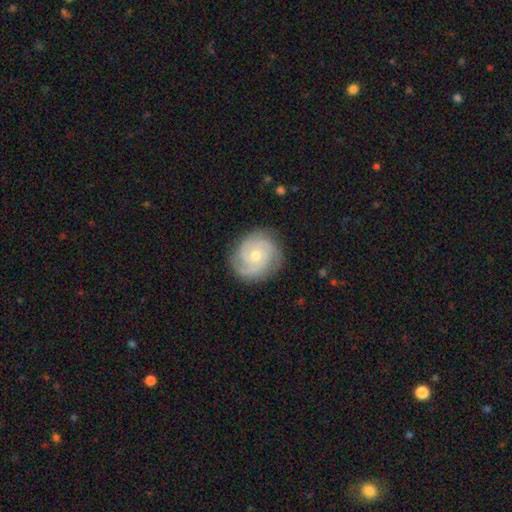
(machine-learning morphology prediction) Smooth or featured?
  - featured or disk: 84% *
  - smooth: 11%
  - star or artifact: 5%
Edge-on disk?
  - no: 98% *
  - yes: 2%
Bar?
  - no: 71% *
  - weak: 25%
  - strong: 4%
Spiral arms?
  - yes: 97% *
  - no: 3%
Spiral winding?
  - tight: 65% *
  - medium: 30%
  - loose: 5%
Spiral arm count?
  - 3: 45% *
  - 2: 29%
  - can't tell: 12%
  - 4: 5%
  - 1: 5%
  - more than 4: 4%
Bulge size?
  - moderate: 55% *
  - small: 41%
  - large: 2%
  - none: 1%
  - dominant: 1%
Merging?
  - none: 82% *
  - minor disturbance: 13%
  - major disturbance: 4%
  - merger: 1%